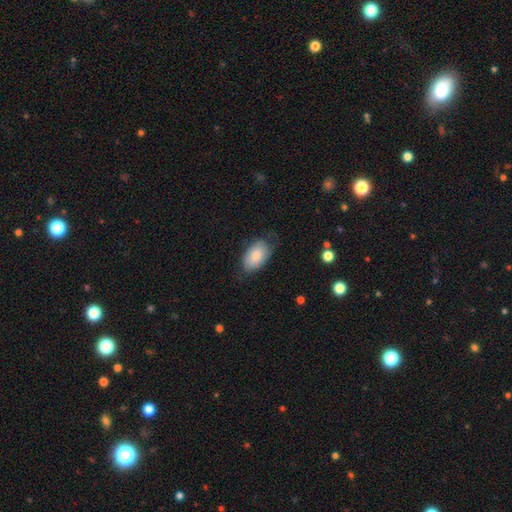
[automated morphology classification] type=smooth (81%); roundness=in between (93%); merging=none (65%).